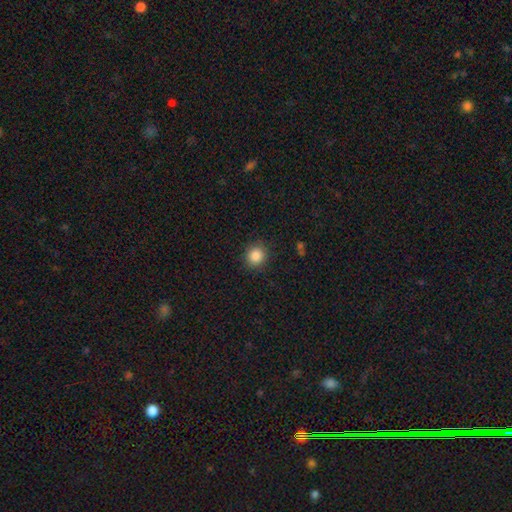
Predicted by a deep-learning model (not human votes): This is clearly a smooth galaxy (86%). How rounded: clearly round (88%). Merging: clearly none (89%).